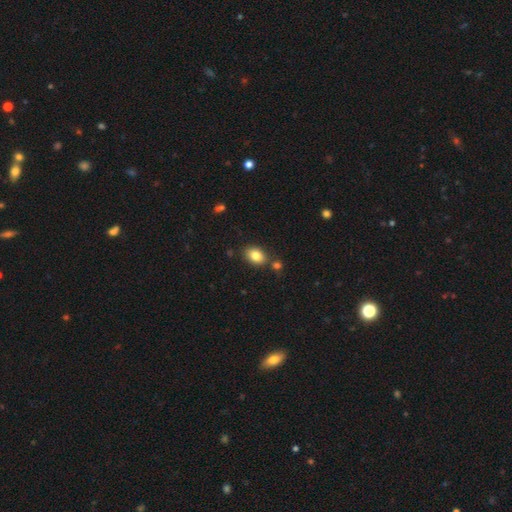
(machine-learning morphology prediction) smooth-or-featured: smooth: 83% | star or artifact: 9% | featured or disk: 8%
  how-rounded: in between: 75% | round: 24% | cigar-shaped: 1%
  merging: none: 76% | minor disturbance: 11% | merger: 10% | major disturbance: 3%